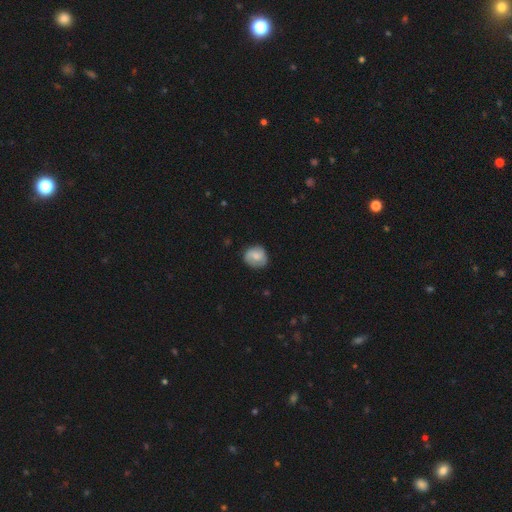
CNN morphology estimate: smooth 62%, featured or disk 31%, star or artifact 7%. Down the decision tree: how rounded — round (80%); merging — none (77%).